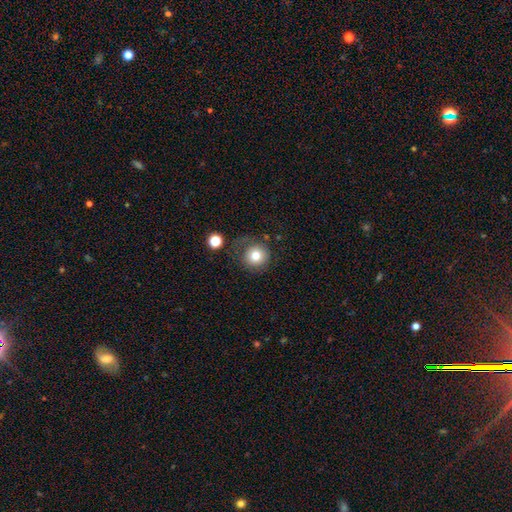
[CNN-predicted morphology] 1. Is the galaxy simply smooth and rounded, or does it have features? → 78% smooth, 11% star or artifact, 11% featured or disk.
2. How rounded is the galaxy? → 93% round, 6% in between, 1% cigar-shaped.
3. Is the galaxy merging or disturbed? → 72% none, 15% minor disturbance, 8% major disturbance, 5% merger.